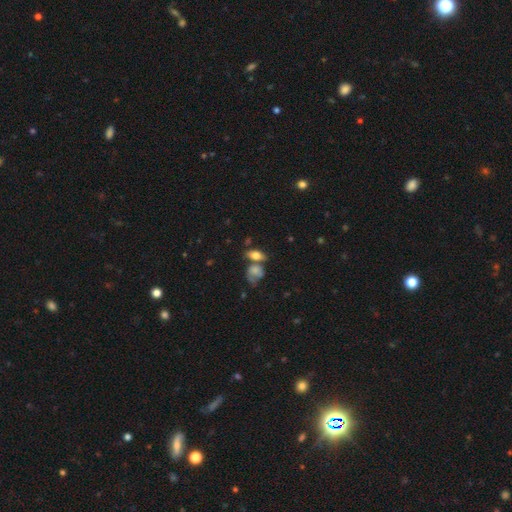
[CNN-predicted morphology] Q: Smooth or featured?
A: smooth (69%); runner-up: featured or disk (20%)
Q: How rounded?
A: in between (77%); runner-up: round (13%)
Q: Merging?
A: none (51%); runner-up: merger (28%)